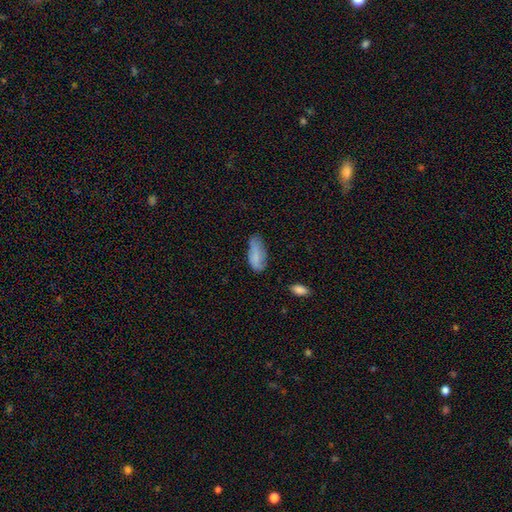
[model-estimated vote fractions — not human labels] Q: Smooth or featured?
A: smooth (77%); runner-up: featured or disk (15%)
Q: How rounded?
A: in between (83%); runner-up: cigar-shaped (15%)
Q: Merging?
A: none (54%); runner-up: minor disturbance (34%)